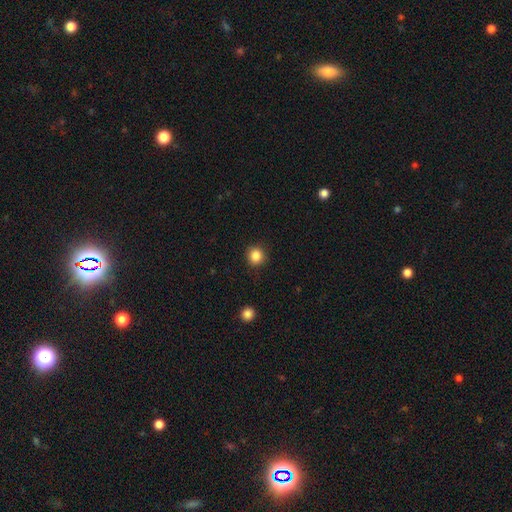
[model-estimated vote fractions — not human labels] Smooth or featured: smooth — 85% (star or artifact — 11%)
How rounded: round — 91% (in between — 8%)
Merging: none — 90% (minor disturbance — 7%)